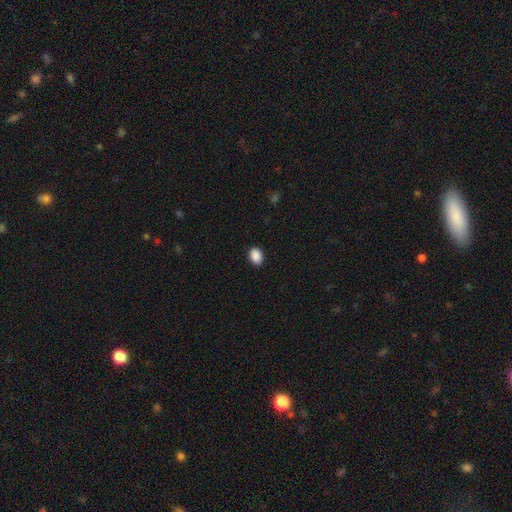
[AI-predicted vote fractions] Smooth or featured? Predicted: smooth (p=0.90). How rounded? Predicted: in between (p=0.74). Merging? Predicted: none (p=0.90).